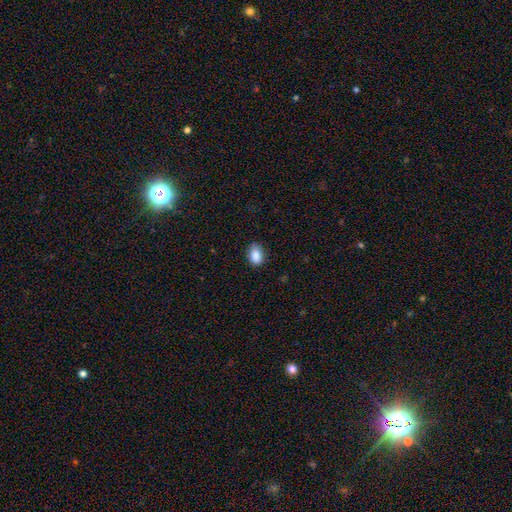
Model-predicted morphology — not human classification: smooth 87%, star or artifact 8%, featured or disk 5%. Down the decision tree: how rounded — in between (81%); merging — none (81%).